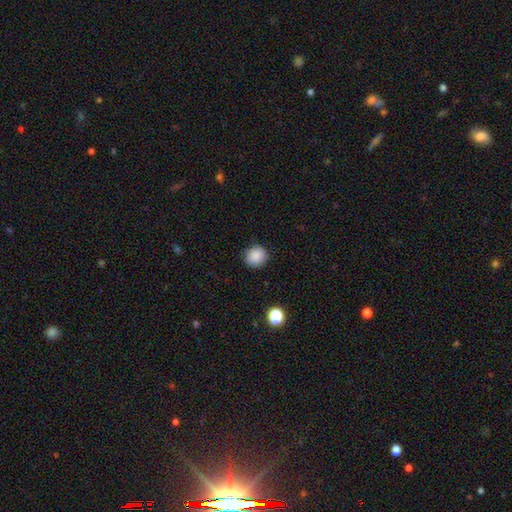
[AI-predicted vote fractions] smooth 87%, star or artifact 9%, featured or disk 4%. Down the decision tree: how rounded — round (88%); merging — none (88%).